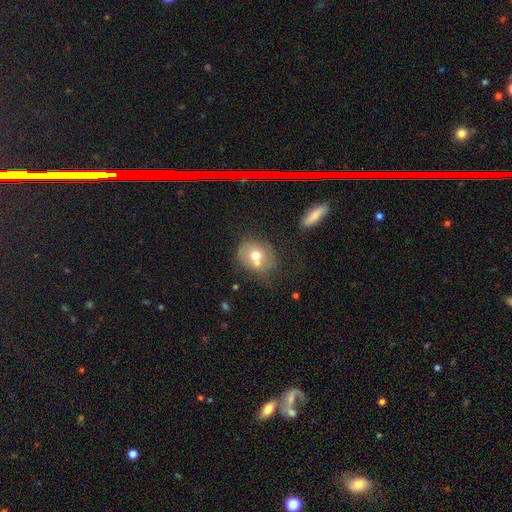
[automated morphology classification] This is likely a smooth galaxy (61%). How rounded: likely round (64%). Merging: marginally none (40%).